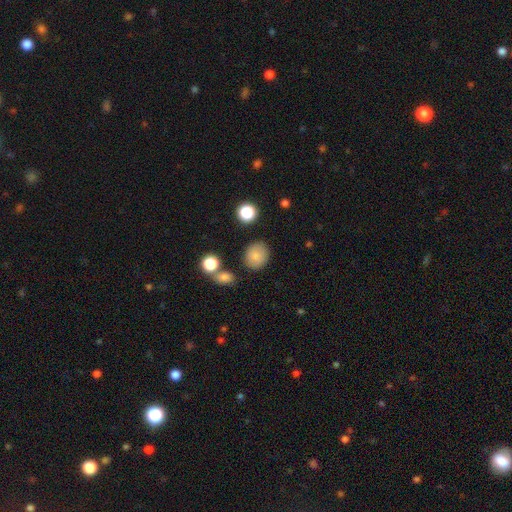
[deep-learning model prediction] A smooth galaxy with no disk features (83%) that is round (74%).

Vote fractions:
- Smooth or featured? smooth: 83% / star or artifact: 10% / featured or disk: 7%
- How rounded? round: 74% / in between: 25% / cigar-shaped: 1%
- Merging? none: 82% / minor disturbance: 11% / merger: 4% / major disturbance: 3%